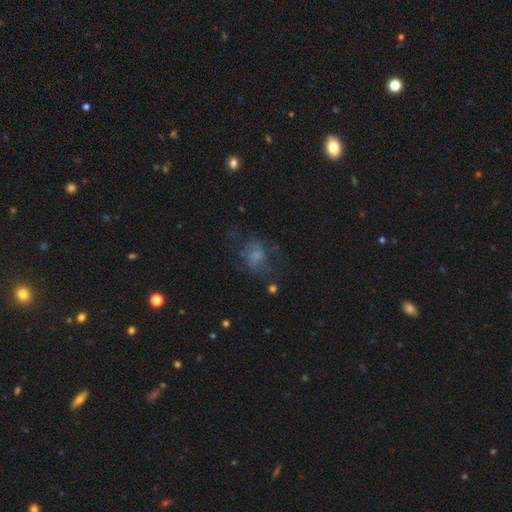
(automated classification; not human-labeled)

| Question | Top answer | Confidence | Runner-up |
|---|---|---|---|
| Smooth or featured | smooth | 50% | featured or disk (36%) |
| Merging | none | 47% | major disturbance (28%) |